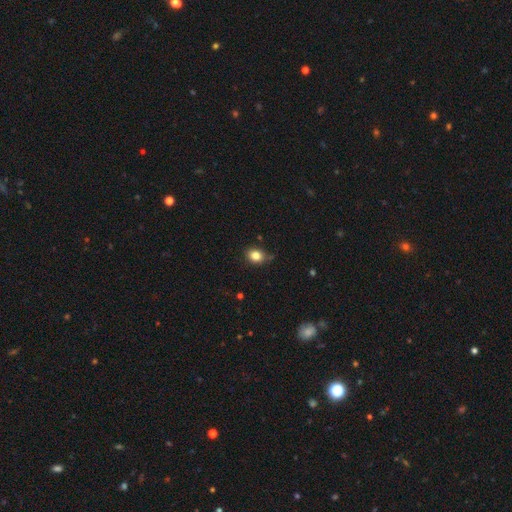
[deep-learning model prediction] smooth-or-featured: smooth: 82% | star or artifact: 11% | featured or disk: 7%
  how-rounded: round: 52% | in between: 47% | cigar-shaped: 1%
  merging: none: 72% | minor disturbance: 21% | major disturbance: 4% | merger: 2%